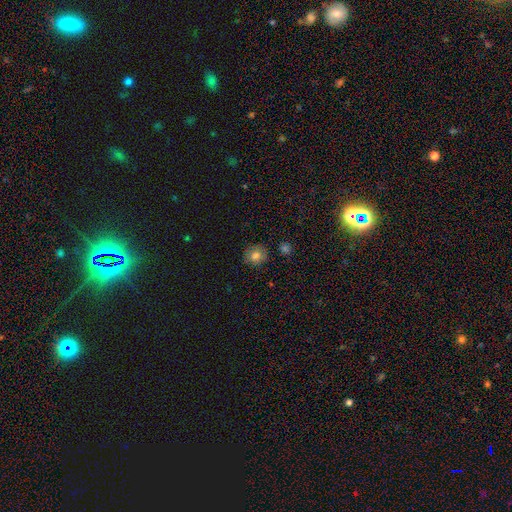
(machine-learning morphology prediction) This is likely a smooth galaxy (77%). How rounded: clearly round (83%). Merging: clearly none (84%).